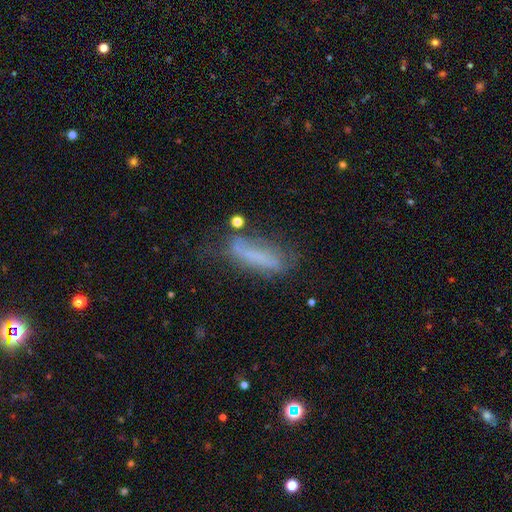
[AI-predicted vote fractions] Smooth or featured: smooth — 57% (featured or disk — 31%)
How rounded: cigar-shaped — 61% (in between — 37%)
Merging: none — 46% (minor disturbance — 29%)